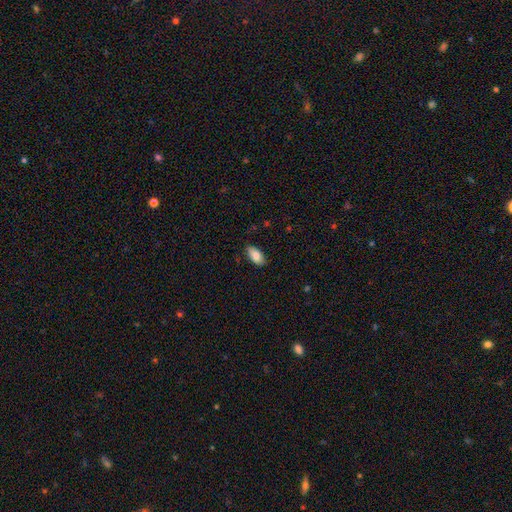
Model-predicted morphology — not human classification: smooth_or_featured: smooth (p=0.85) [alt: featured or disk p=0.09]
how_rounded: in between (p=0.92) [alt: cigar-shaped p=0.05]
merging: none (p=0.84) [alt: minor disturbance p=0.13]